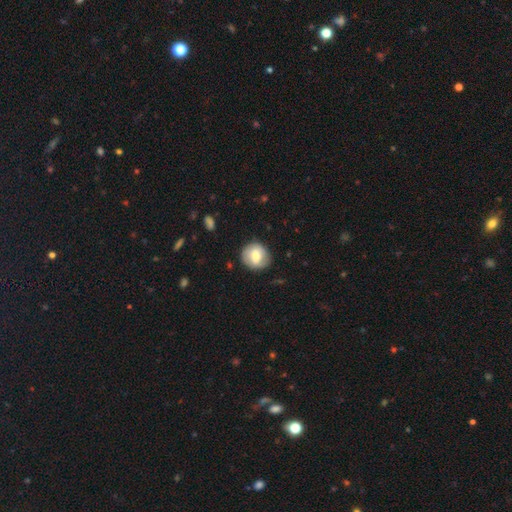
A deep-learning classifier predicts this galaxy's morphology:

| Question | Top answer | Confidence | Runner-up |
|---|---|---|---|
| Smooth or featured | smooth | 65% | featured or disk (28%) |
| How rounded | round | 83% | in between (16%) |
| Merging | none | 82% | minor disturbance (14%) |